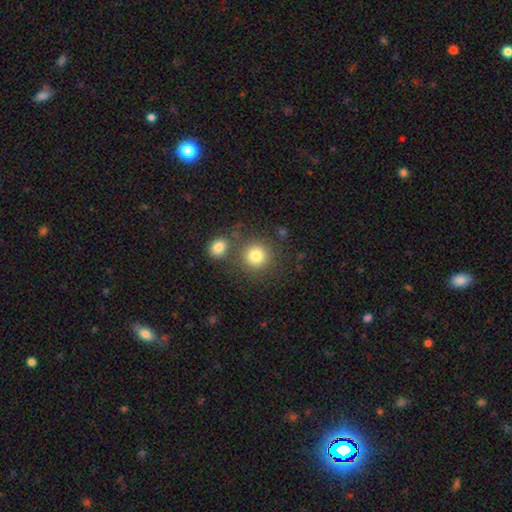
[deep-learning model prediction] A smooth galaxy with no disk features (82%) that is round (91%).

Vote fractions:
- Smooth or featured? smooth: 82% / star or artifact: 11% / featured or disk: 8%
- How rounded? round: 91% / in between: 8% / cigar-shaped: 1%
- Merging? none: 74% / merger: 14% / minor disturbance: 8% / major disturbance: 4%